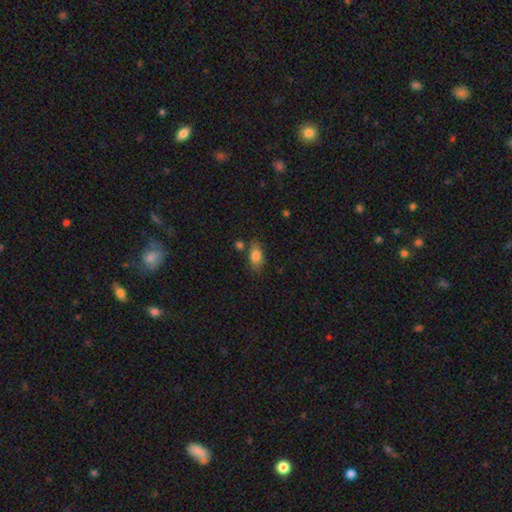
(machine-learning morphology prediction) Smooth or featured?
  - smooth: 81% *
  - featured or disk: 10%
  - star or artifact: 8%
How rounded?
  - in between: 86% *
  - round: 9%
  - cigar-shaped: 5%
Merging?
  - none: 73% *
  - minor disturbance: 16%
  - merger: 7%
  - major disturbance: 4%